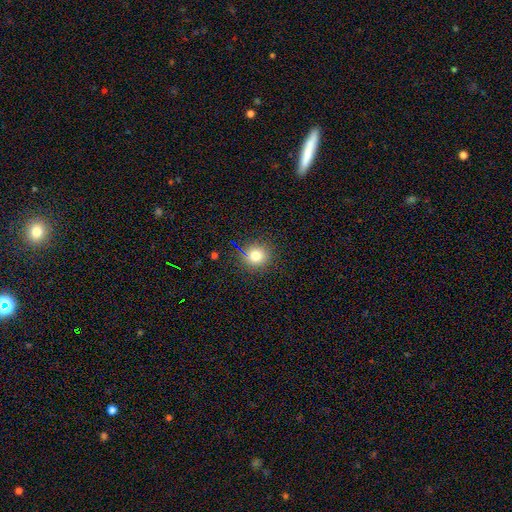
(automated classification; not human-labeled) Smooth or featured? Predicted: smooth (p=0.77). How rounded? Predicted: round (p=0.92). Merging? Predicted: none (p=0.88).